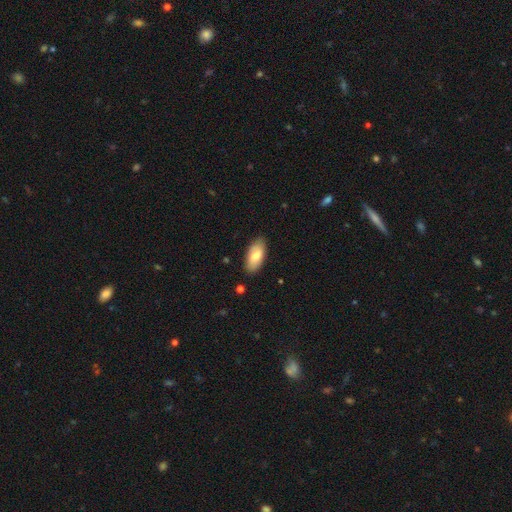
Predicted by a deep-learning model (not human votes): Q: Smooth or featured?
A: smooth (79%); runner-up: featured or disk (15%)
Q: How rounded?
A: in between (89%); runner-up: cigar-shaped (9%)
Q: Merging?
A: none (85%); runner-up: minor disturbance (12%)